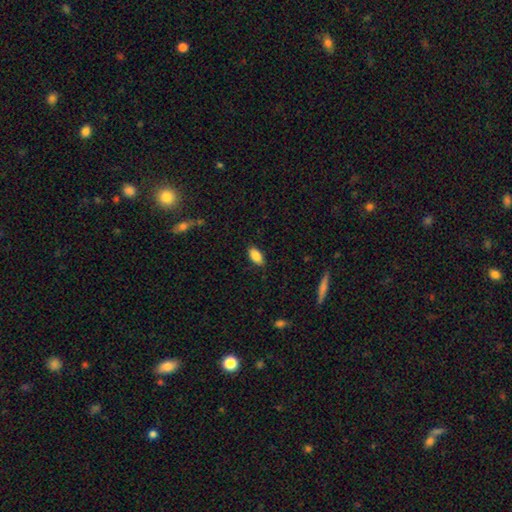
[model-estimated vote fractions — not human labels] A smooth galaxy with no disk features (88%) that is in between round and cigar-shaped (92%). Merging: none (86%).